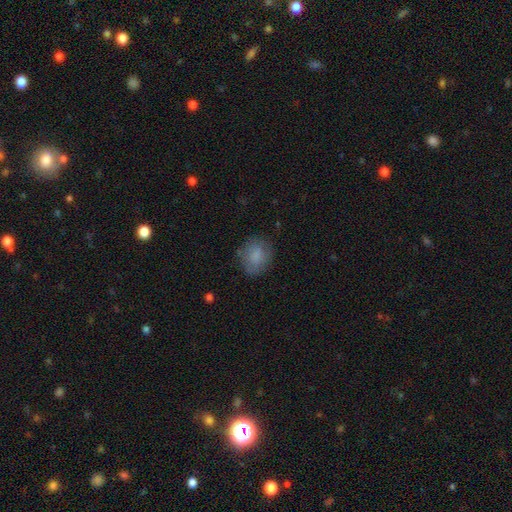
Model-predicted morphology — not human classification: This is likely a smooth galaxy (80%). How rounded: likely round (62%). Merging: likely none (74%).